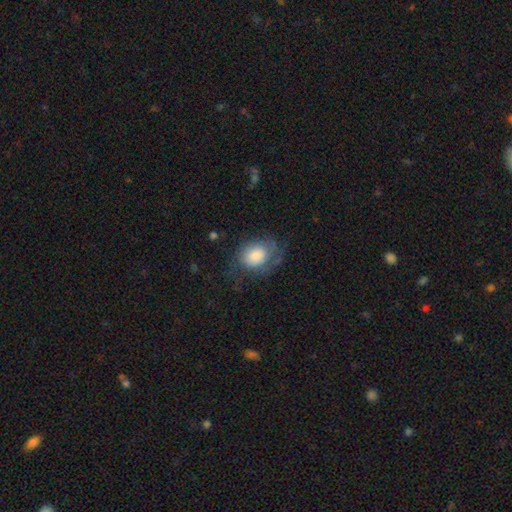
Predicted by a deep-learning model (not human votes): A smooth galaxy with no disk features (71%) that is in between round and cigar-shaped (60%).

Vote fractions:
- Smooth or featured? smooth: 71% / featured or disk: 21% / star or artifact: 8%
- How rounded? in between: 60% / round: 39% / cigar-shaped: 1%
- Merging? none: 52% / minor disturbance: 27% / major disturbance: 19% / merger: 2%